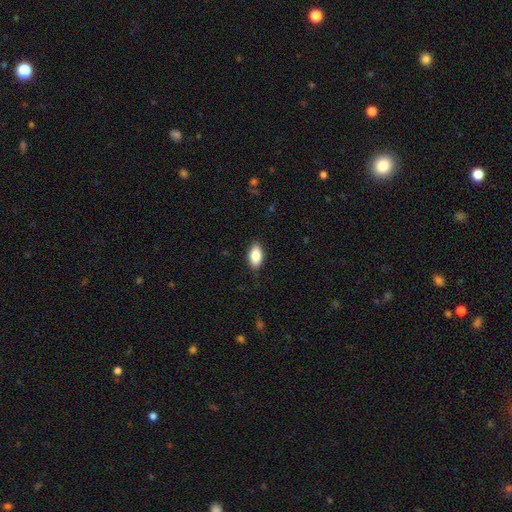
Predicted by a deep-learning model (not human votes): A smooth galaxy with no disk features (84%) that is in between round and cigar-shaped (91%).

Vote fractions:
- Smooth or featured? smooth: 84% / featured or disk: 8% / star or artifact: 7%
- How rounded? in between: 91% / cigar-shaped: 5% / round: 4%
- Merging? none: 87% / minor disturbance: 10% / major disturbance: 2% / merger: 1%